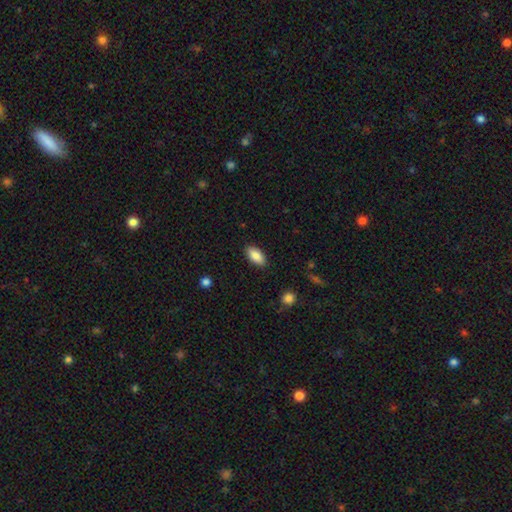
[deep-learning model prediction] Smooth or featured? Predicted: smooth (p=0.88). How rounded? Predicted: in between (p=0.92). Merging? Predicted: none (p=0.88).